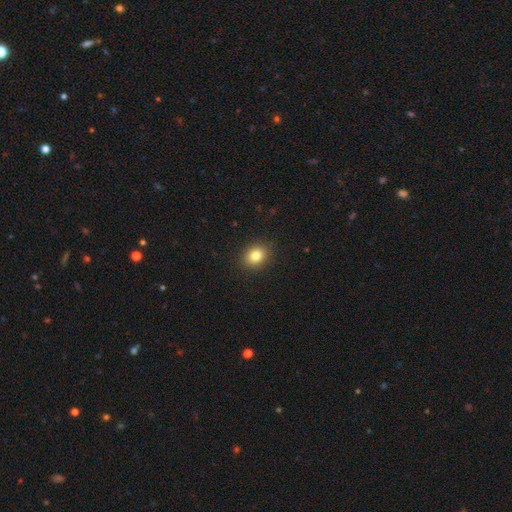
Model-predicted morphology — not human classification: smooth 82%, star or artifact 11%, featured or disk 7%. Down the decision tree: how rounded — round (59%); merging — none (90%).